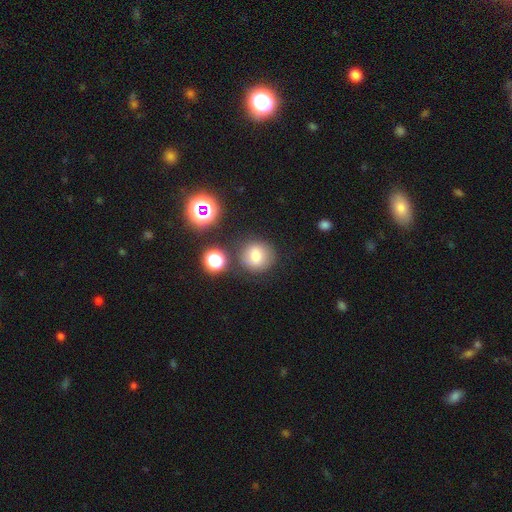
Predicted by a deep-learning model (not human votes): The model was most divided on "smooth or featured": smooth: 73%, star or artifact: 14%, featured or disk: 13%. More confident: how rounded — round (87%); merging — none (78%).